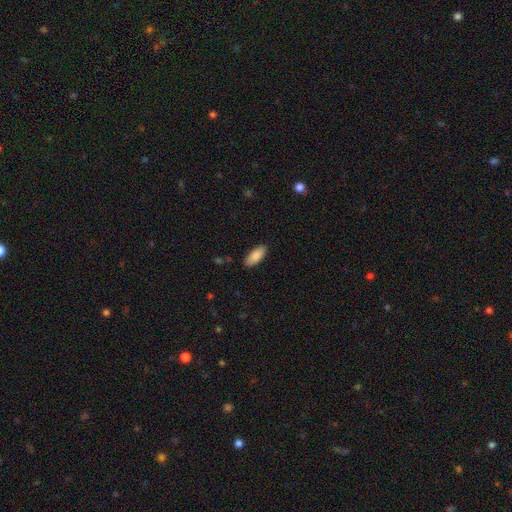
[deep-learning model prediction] smooth_or_featured: smooth (p=0.88) [alt: featured or disk p=0.06]
how_rounded: in between (p=0.87) [alt: cigar-shaped p=0.12]
merging: none (p=0.87) [alt: minor disturbance p=0.10]